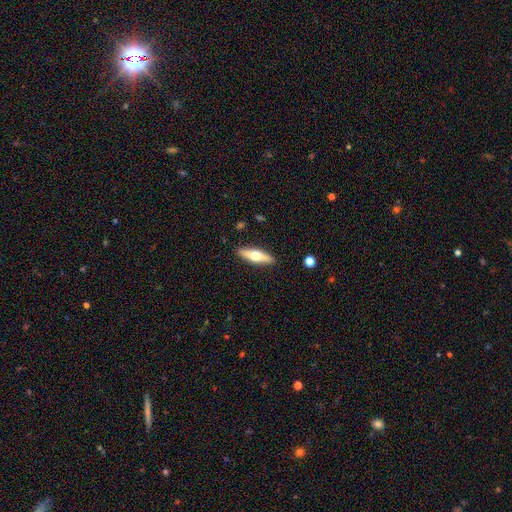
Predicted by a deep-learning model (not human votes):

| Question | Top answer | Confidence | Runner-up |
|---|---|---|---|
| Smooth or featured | smooth | 47% | tied: featured or disk (47%) |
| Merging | none | 89% | minor disturbance (8%) |